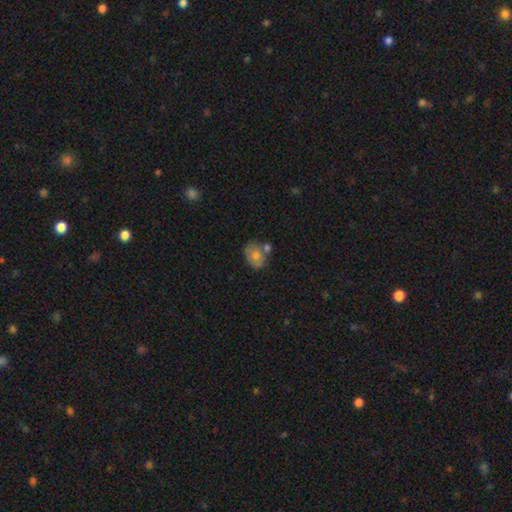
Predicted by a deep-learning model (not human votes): Smooth or featured? smooth (63%)
How rounded? in between (54%)
Merging? none (49%)